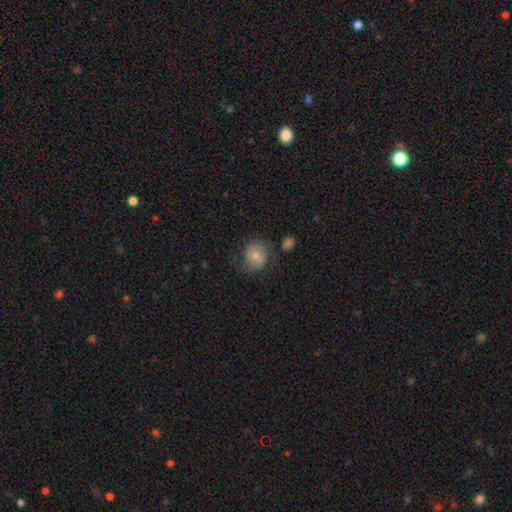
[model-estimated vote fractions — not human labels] This is possibly a smooth galaxy (47%). Merging: possibly none (56%).